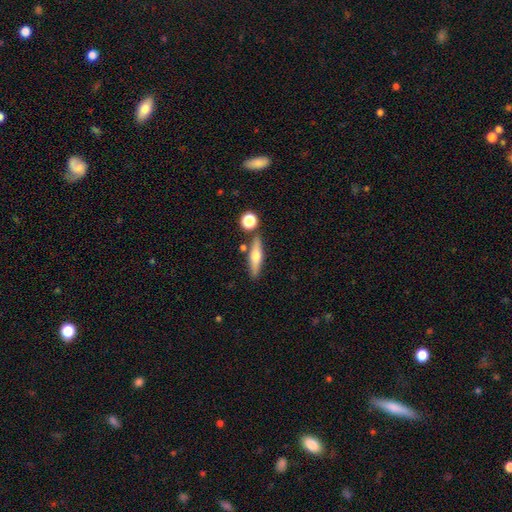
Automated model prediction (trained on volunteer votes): smooth-or-featured: featured or disk: 47% | smooth: 46% | star or artifact: 7%
  merging: none: 79% | minor disturbance: 10% | merger: 9% | major disturbance: 3%